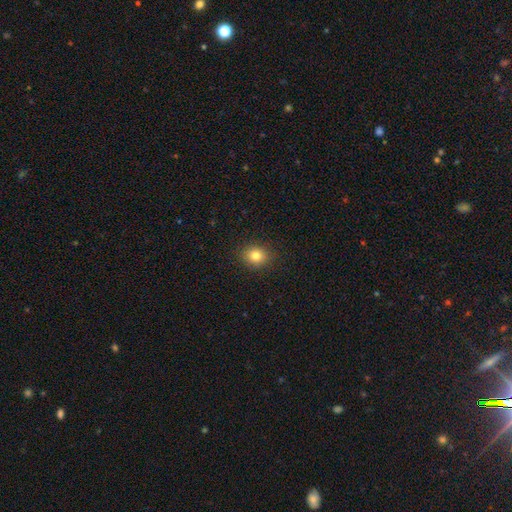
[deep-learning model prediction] This is clearly a smooth galaxy (82%). How rounded: likely round (70%). Merging: clearly none (89%).